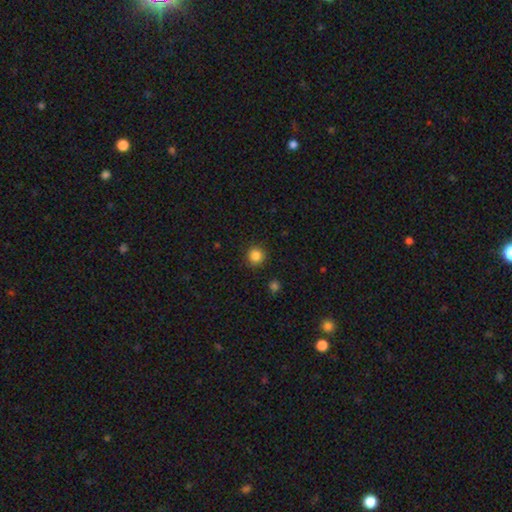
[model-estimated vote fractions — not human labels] smooth_or_featured: smooth (p=0.85) [alt: star or artifact p=0.11]
how_rounded: round (p=0.94) [alt: in between p=0.05]
merging: none (p=0.91) [alt: minor disturbance p=0.06]